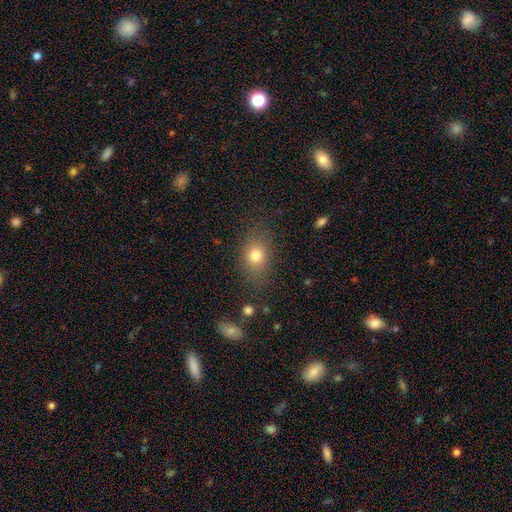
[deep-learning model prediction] A smooth galaxy with no disk features (77%) that is in between round and cigar-shaped (56%).

Vote fractions:
- Smooth or featured? smooth: 77% / star or artifact: 13% / featured or disk: 11%
- How rounded? in between: 56% / round: 42% / cigar-shaped: 2%
- Merging? none: 79% / minor disturbance: 14% / major disturbance: 6% / merger: 2%